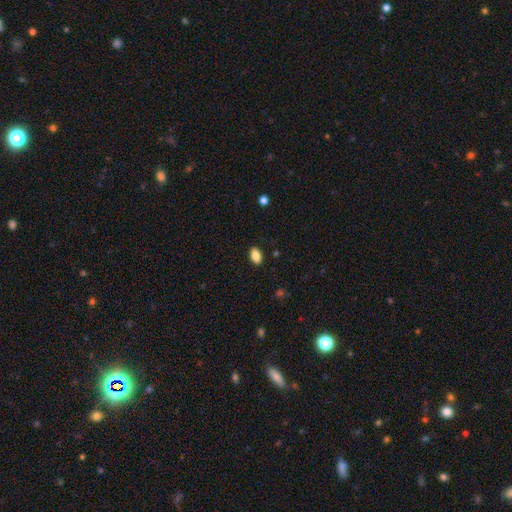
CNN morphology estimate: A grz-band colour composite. It shows a smooth galaxy with no disk features (85%) that is in between round and cigar-shaped (91%). Merging: none (88%).